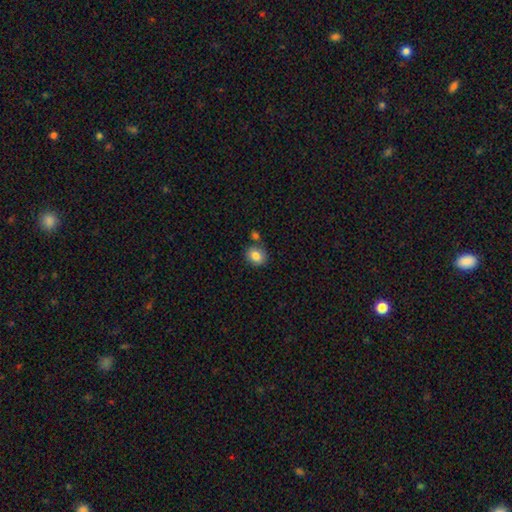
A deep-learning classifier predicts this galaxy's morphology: Smooth or featured: smooth — 83% (star or artifact — 8%)
How rounded: round — 59% (in between — 40%)
Merging: none — 71% (merger — 13%)